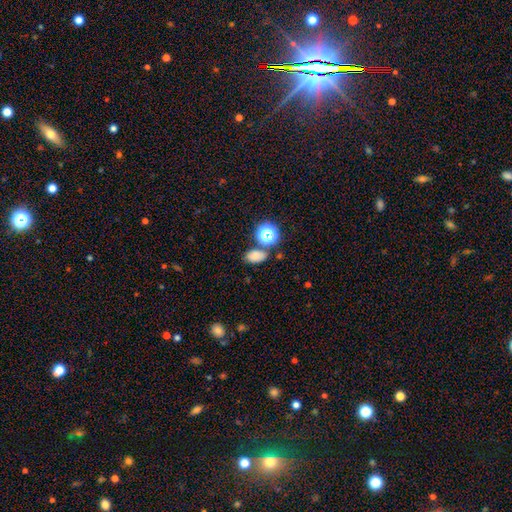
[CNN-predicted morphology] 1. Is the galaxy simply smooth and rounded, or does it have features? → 74% smooth, 18% star or artifact, 7% featured or disk.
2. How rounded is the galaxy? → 78% in between, 20% round, 2% cigar-shaped.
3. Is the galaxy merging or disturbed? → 72% none, 12% merger, 12% minor disturbance, 4% major disturbance.